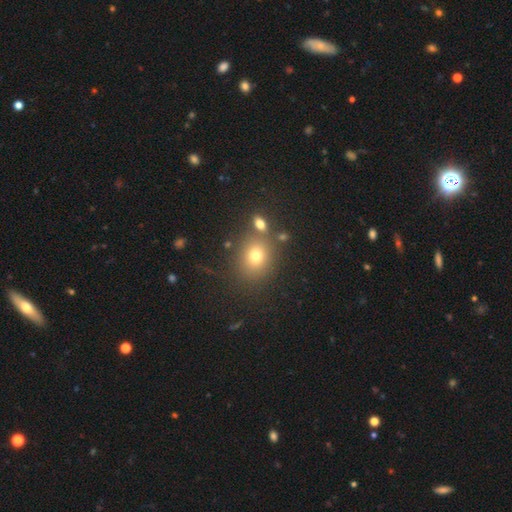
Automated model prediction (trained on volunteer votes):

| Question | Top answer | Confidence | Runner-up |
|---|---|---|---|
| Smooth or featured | smooth | 74% | star or artifact (16%) |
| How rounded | round | 63% | in between (36%) |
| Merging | none | 73% | merger (12%) |